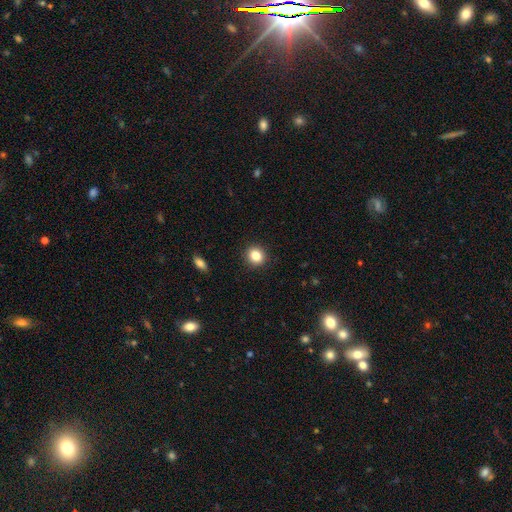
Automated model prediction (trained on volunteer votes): Smooth or featured? Predicted: smooth (p=0.83). How rounded? Predicted: round (p=0.84). Merging? Predicted: none (p=0.92).